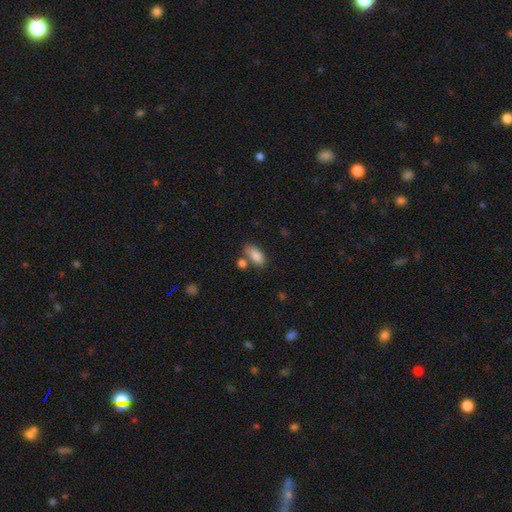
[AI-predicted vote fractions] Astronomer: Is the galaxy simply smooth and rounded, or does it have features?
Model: smooth — 86%.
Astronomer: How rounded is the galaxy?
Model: in between — 90%.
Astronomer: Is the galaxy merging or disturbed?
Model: none — 61%.